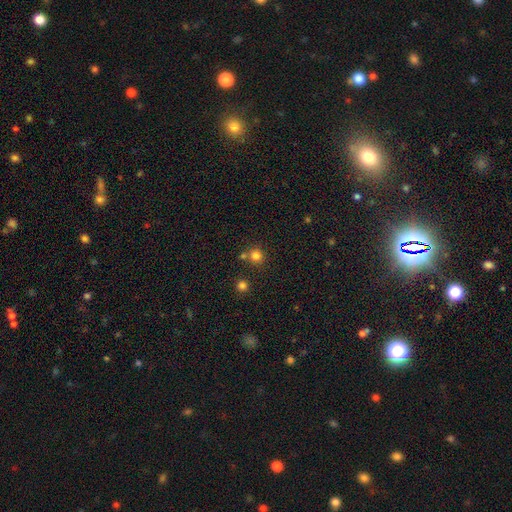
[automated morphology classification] smooth 79%, star or artifact 15%, featured or disk 6%. Down the decision tree: how rounded — round (92%); merging — none (70%).